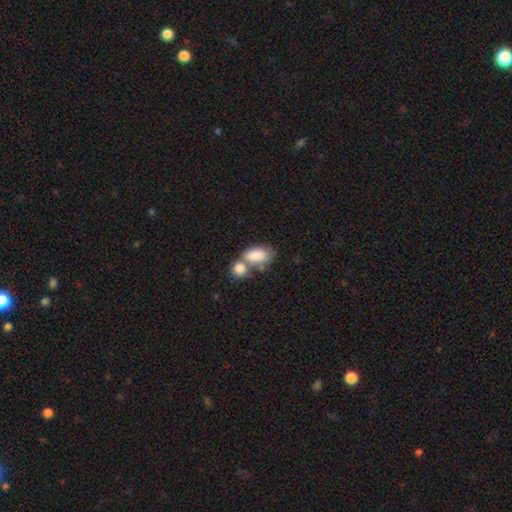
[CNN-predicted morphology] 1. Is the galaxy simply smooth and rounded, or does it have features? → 83% smooth, 10% featured or disk, 7% star or artifact.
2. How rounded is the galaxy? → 90% in between, 7% round, 2% cigar-shaped.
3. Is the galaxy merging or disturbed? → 56% merger, 28% none, 11% minor disturbance, 6% major disturbance.